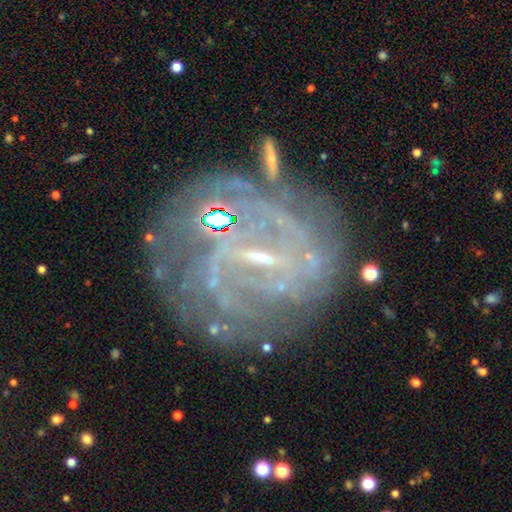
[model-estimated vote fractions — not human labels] Overall: featured or disk (80%). Edge-on disk: no (97%). Bar: strong (44%; weak 40%). Spiral arms: yes (79%). Spiral arm count: can't tell (44%; 2 24%). Spiral winding: tight (59%; medium 28%). Bulge size: small (62%; none 23%). Merging: none (63%).